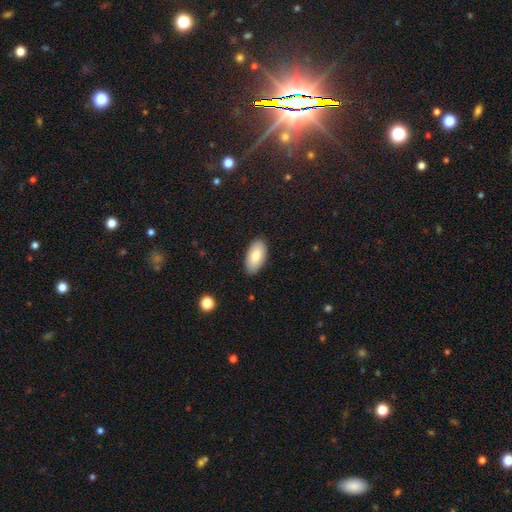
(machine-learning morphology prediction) The model was most divided on "smooth or featured": smooth: 79%, featured or disk: 15%, star or artifact: 6%. More confident: how rounded — in between (95%); merging — none (88%).